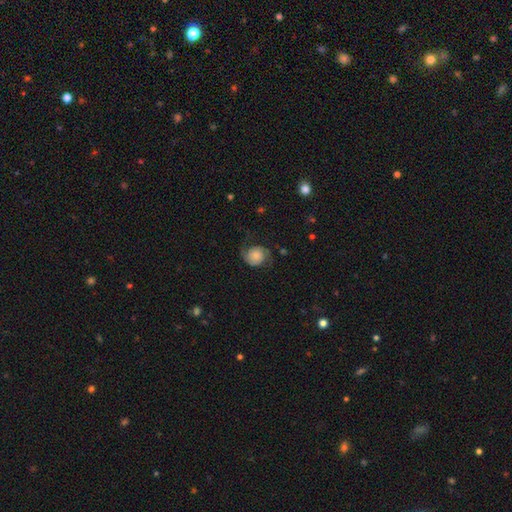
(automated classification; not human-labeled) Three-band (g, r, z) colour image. It shows a featured or disk galaxy (65%) with no bar (78%), 2 (90%) medium (41%) spiral arms (94%) and a small central bulge (30%, tied with moderate). Merging: none (71%).